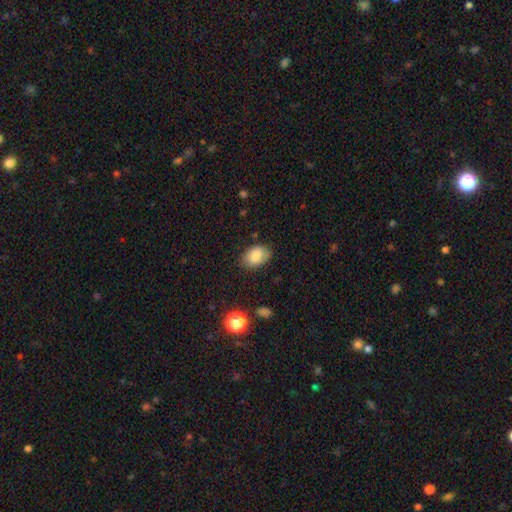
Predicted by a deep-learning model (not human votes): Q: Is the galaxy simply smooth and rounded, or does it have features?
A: smooth — 82%.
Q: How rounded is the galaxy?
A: in between — 86%.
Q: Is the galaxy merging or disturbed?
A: none — 78%.